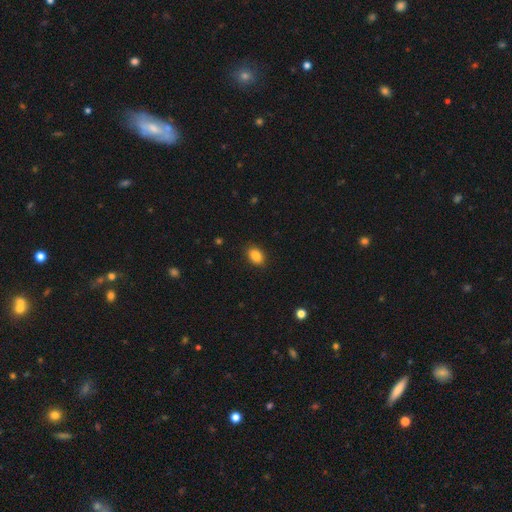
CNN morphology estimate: A smooth galaxy with no disk features (86%) that is in between round and cigar-shaped (77%). Merging: none (88%).